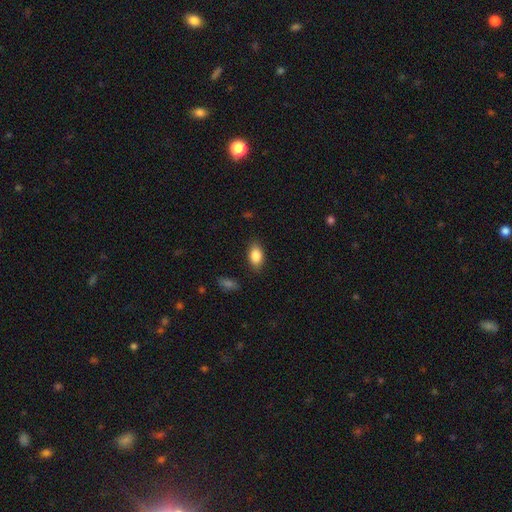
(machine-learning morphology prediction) smooth 86%, star or artifact 7%, featured or disk 7%. Down the decision tree: how rounded — in between (89%); merging — none (84%).